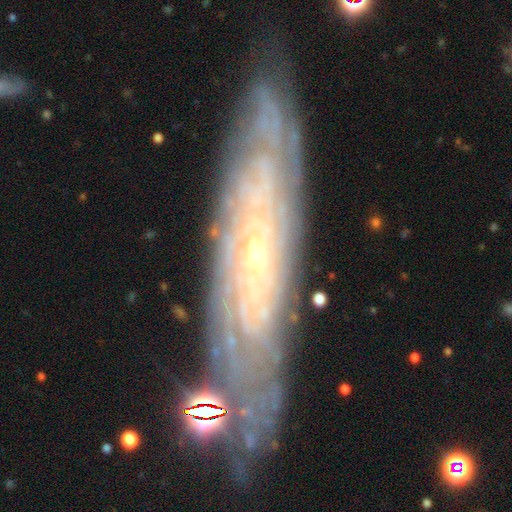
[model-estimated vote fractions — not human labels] The model was most divided on "spiral arm count": can't tell: 54%, more than 4: 14%, 4: 10%, 2: 8%, 3: 8%, 1: 5%. More confident: spiral arms — yes (92%); smooth or featured — featured or disk (82%); spiral winding — tight (81%); bulge size — small (81%); merging — none (76%); edge-on disk — no (75%); bar — no (72%).